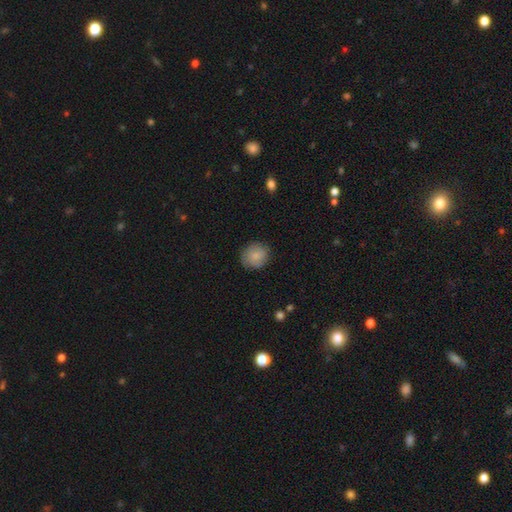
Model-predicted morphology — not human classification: type=smooth (85%); roundness=round (84%); merging=none (84%).